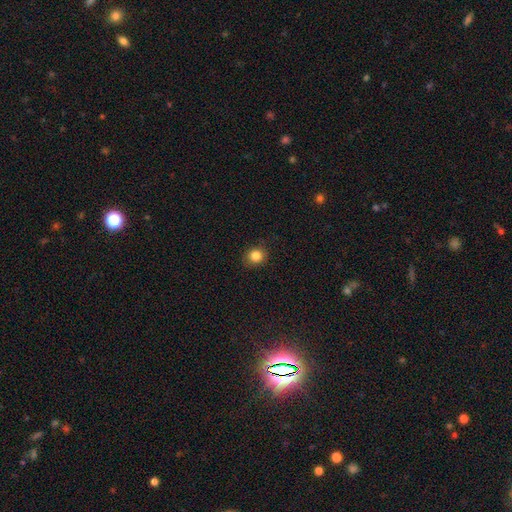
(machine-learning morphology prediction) Smooth or featured? smooth (84%)
How rounded? round (82%)
Merging? none (87%)